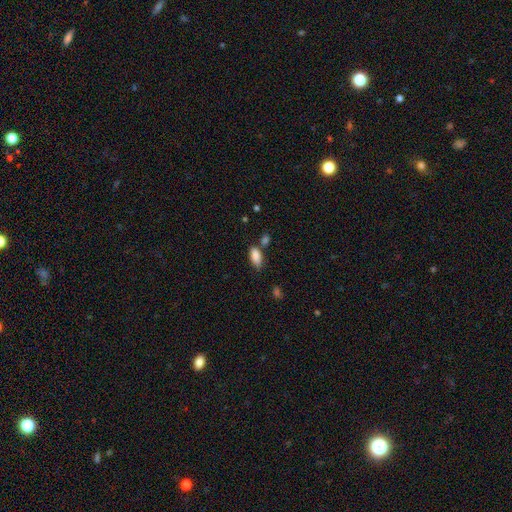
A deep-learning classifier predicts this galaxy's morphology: Q: Smooth or featured?
A: smooth (87%); runner-up: star or artifact (8%)
Q: How rounded?
A: in between (87%); runner-up: cigar-shaped (10%)
Q: Merging?
A: none (61%); runner-up: minor disturbance (21%)